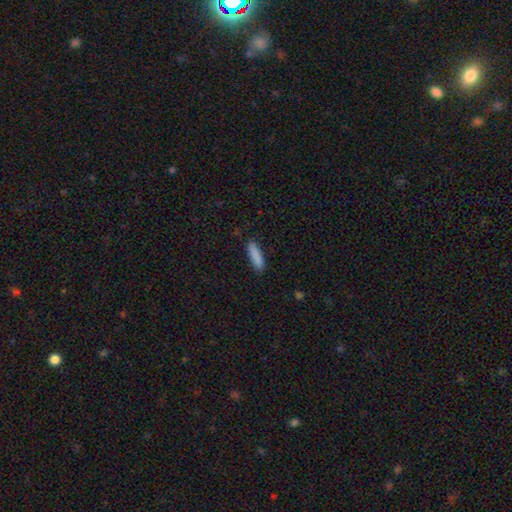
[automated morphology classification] The model was most divided on "how rounded": cigar-shaped: 67%, in between: 32%, round: 1%. More confident: smooth or featured — smooth (88%); merging — none (86%).